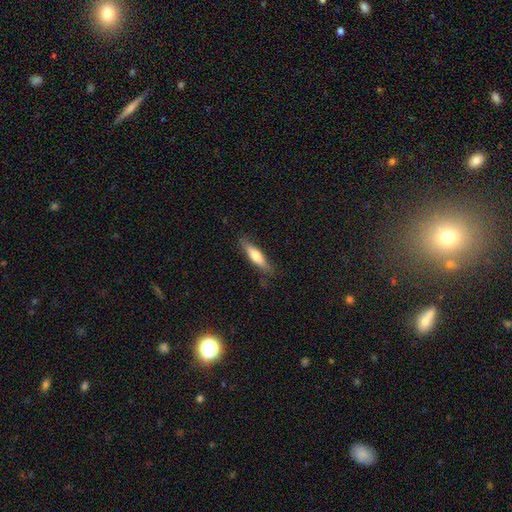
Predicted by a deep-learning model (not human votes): smooth-or-featured: smooth: 61% | featured or disk: 33% | star or artifact: 6%
  how-rounded: cigar-shaped: 73% | in between: 25% | round: 2%
  merging: none: 82% | minor disturbance: 14% | major disturbance: 3% | merger: 1%